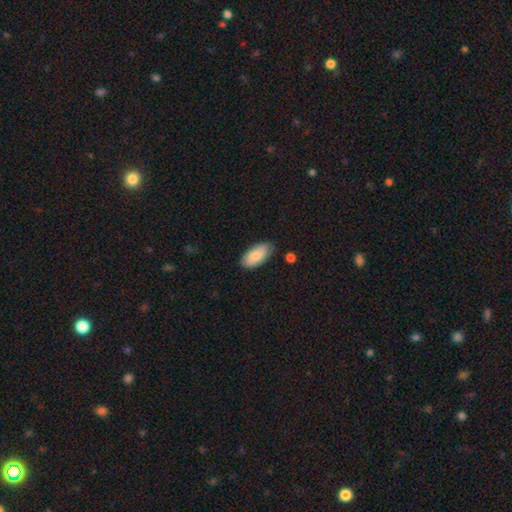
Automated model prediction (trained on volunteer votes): The model was most divided on "smooth or featured": smooth: 74%, featured or disk: 20%, star or artifact: 6%. More confident: how rounded — in between (92%); merging — none (81%).